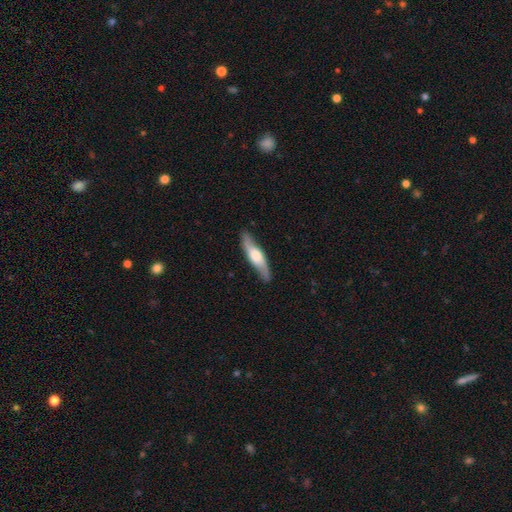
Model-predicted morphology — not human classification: A featured or disk galaxy (59%) viewed edge-on (71%). Merging: none (86%).